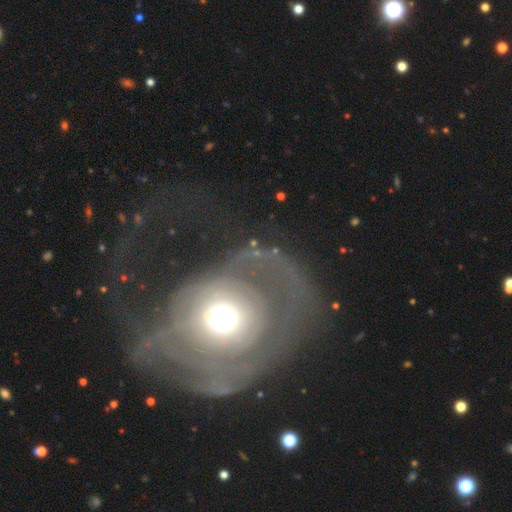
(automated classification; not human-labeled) Overall: featured or disk (64%; smooth 25%). Edge-on disk: no (95%). Bar: no (84%). Spiral arms: no (56%; yes 44%). Bulge size: moderate (59%; large 28%). Merging: major disturbance (57%; none 24%).